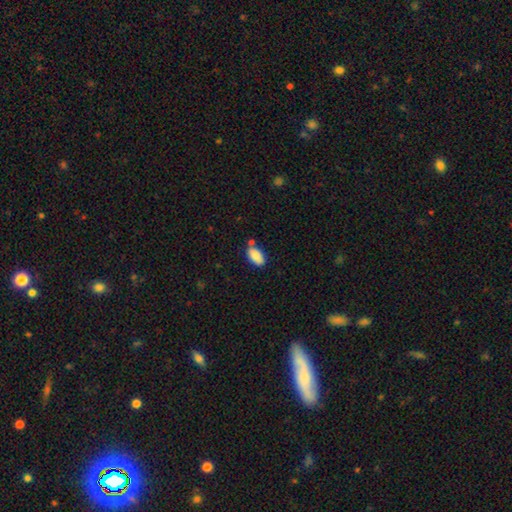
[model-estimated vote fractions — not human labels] Smooth or featured: smooth — 86% (featured or disk — 7%)
How rounded: in between — 94% (round — 4%)
Merging: none — 66% (minor disturbance — 18%)